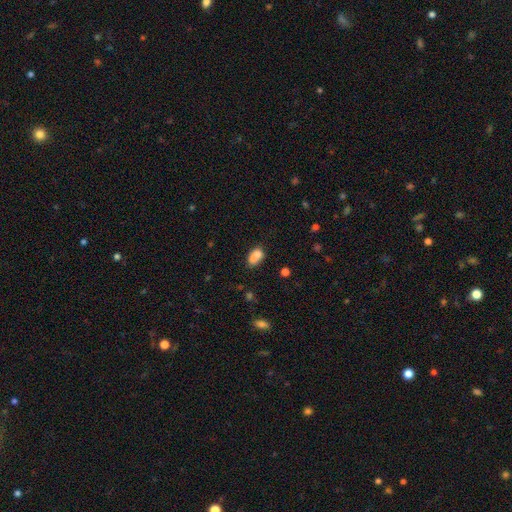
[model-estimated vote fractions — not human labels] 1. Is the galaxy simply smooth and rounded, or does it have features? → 77% smooth, 13% featured or disk, 10% star or artifact.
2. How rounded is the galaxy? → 80% in between, 17% round, 3% cigar-shaped.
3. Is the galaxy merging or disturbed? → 39% none, 34% merger, 20% minor disturbance, 8% major disturbance.